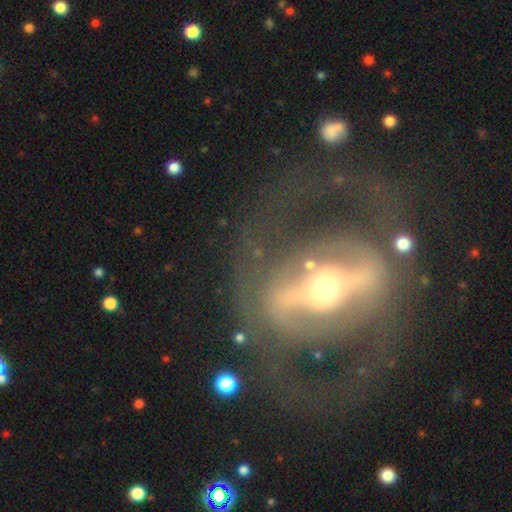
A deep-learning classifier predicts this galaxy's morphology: smooth_or_featured: featured or disk (p=0.83) [alt: smooth p=0.11]
disk_edge_on: no (p=0.86) [alt: yes p=0.14]
bar: strong (p=0.75) [alt: weak p=0.15]
has_spiral_arms: no (p=0.55) [alt: yes p=0.45]
bulge_size: moderate (p=0.58) [alt: small p=0.29]
merging: none (p=0.65) [alt: major disturbance p=0.20]